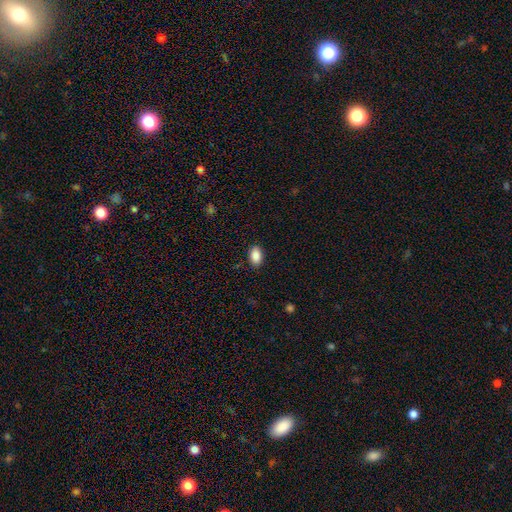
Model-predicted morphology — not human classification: Smooth or featured: smooth — 89% (star or artifact — 8%)
How rounded: in between — 91% (round — 8%)
Merging: none — 88% (minor disturbance — 9%)